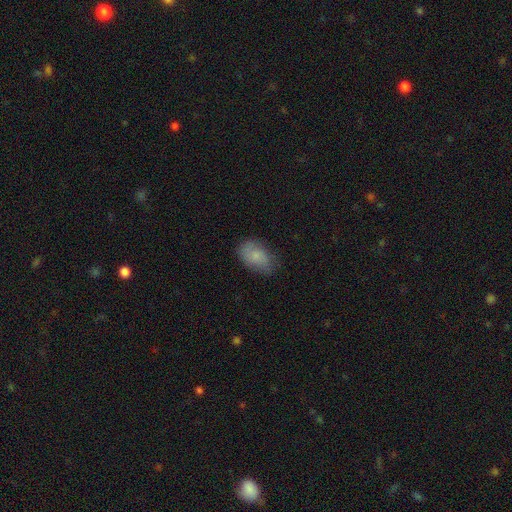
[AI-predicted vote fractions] The model was most divided on "merging": none: 70%, minor disturbance: 23%, major disturbance: 6%, merger: 1%. More confident: how rounded — in between (90%); smooth or featured — smooth (75%).